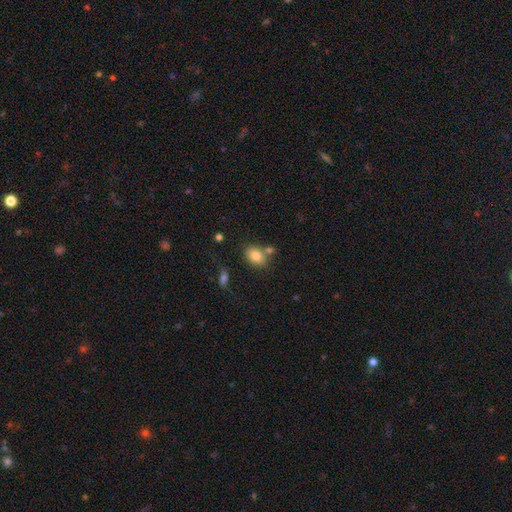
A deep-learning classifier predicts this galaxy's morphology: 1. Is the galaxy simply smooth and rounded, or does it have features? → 81% smooth, 10% featured or disk, 9% star or artifact.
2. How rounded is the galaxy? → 70% in between, 29% round, 1% cigar-shaped.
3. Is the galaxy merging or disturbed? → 61% none, 21% merger, 14% minor disturbance, 5% major disturbance.